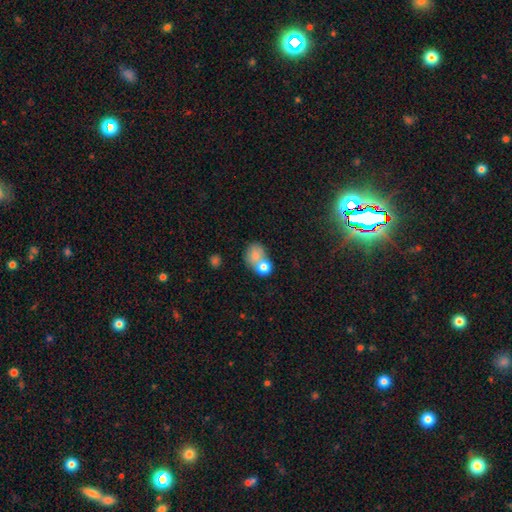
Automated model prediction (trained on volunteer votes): Smooth or featured?
  - smooth: 76% *
  - featured or disk: 14%
  - star or artifact: 10%
How rounded?
  - round: 53% *
  - in between: 46%
  - cigar-shaped: 1%
Merging?
  - merger: 56% *
  - none: 28%
  - minor disturbance: 10%
  - major disturbance: 6%